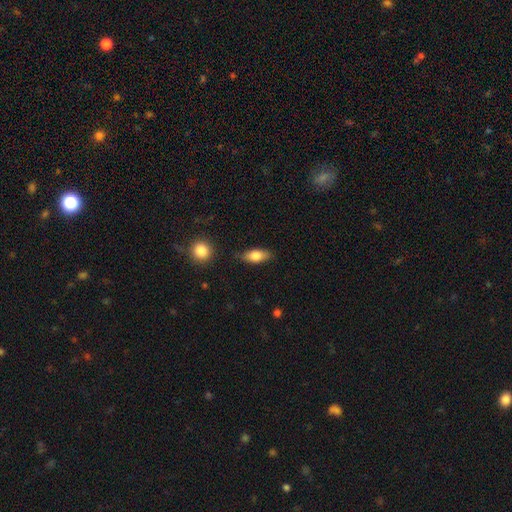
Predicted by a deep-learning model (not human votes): Smooth or featured: smooth — 75% (featured or disk — 18%)
How rounded: in between — 79% (cigar-shaped — 16%)
Merging: none — 81% (minor disturbance — 13%)